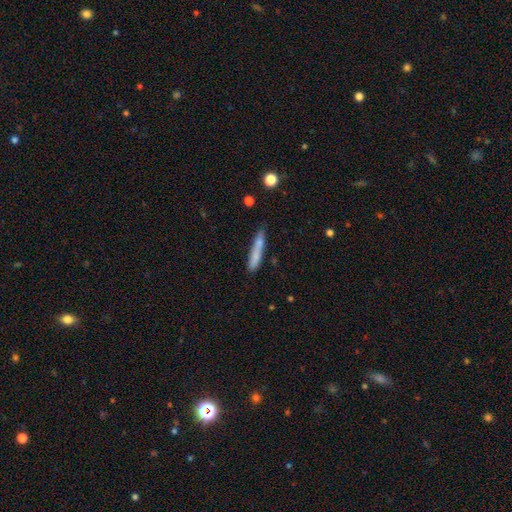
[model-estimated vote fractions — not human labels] Smooth or featured?
  - smooth: 74% *
  - featured or disk: 19%
  - star or artifact: 7%
How rounded?
  - cigar-shaped: 90% *
  - in between: 8%
  - round: 2%
Merging?
  - none: 63% *
  - minor disturbance: 22%
  - merger: 9%
  - major disturbance: 6%